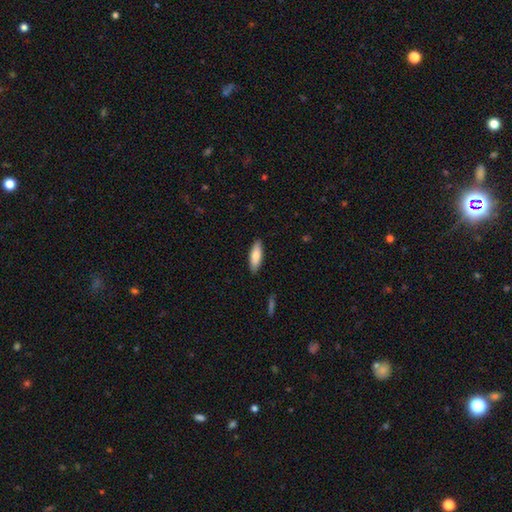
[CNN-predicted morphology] This appears to be a smooth galaxy with no disk features (81%) that is in between round and cigar-shaped (56%). Merging: none (89%).